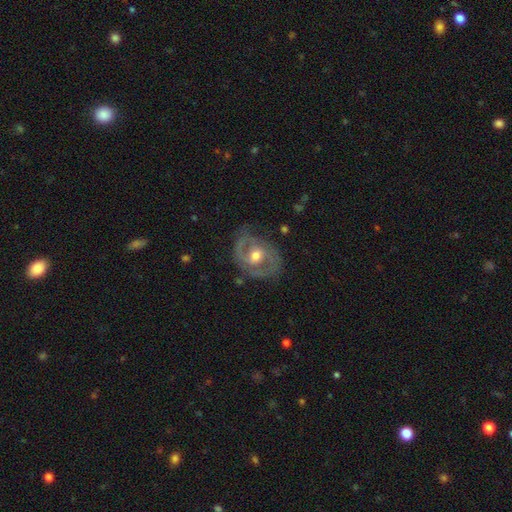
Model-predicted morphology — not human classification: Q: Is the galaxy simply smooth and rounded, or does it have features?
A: featured or disk — 79%.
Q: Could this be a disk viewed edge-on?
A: no — 97%.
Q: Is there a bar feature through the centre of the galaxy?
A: no — 46%.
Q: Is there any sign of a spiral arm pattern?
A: yes — 81%.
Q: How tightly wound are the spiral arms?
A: medium — 48%.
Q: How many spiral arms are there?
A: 2 — 78%.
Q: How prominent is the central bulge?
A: moderate — 74%.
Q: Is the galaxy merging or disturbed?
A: none — 71%.